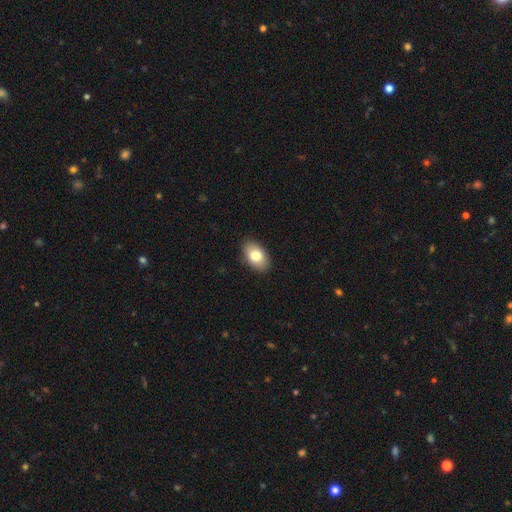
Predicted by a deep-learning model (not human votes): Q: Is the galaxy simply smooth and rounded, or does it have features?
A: smooth — 80%.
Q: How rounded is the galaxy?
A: in between — 91%.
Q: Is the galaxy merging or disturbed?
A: none — 89%.